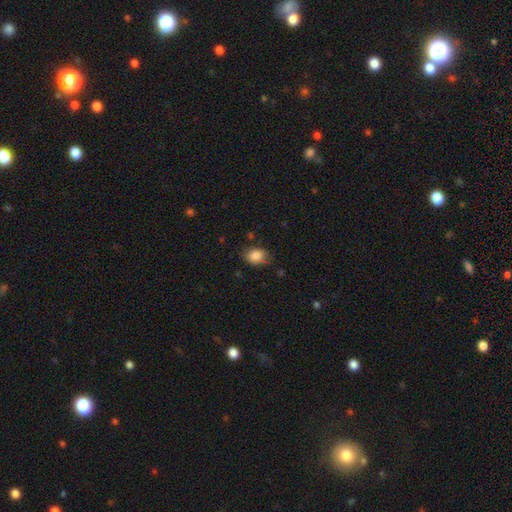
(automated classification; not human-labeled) Morphology: type=smooth (85%); roundness=in between (66%); merging=none (70%).